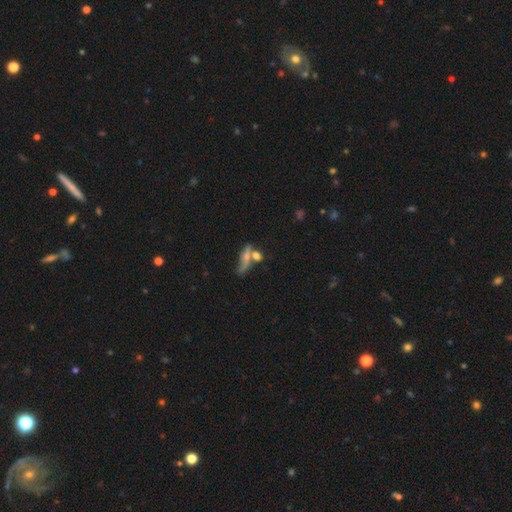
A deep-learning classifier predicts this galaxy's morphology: Smooth or featured? smooth (59%)
How rounded? in between (42%)
Merging? merger (40%)